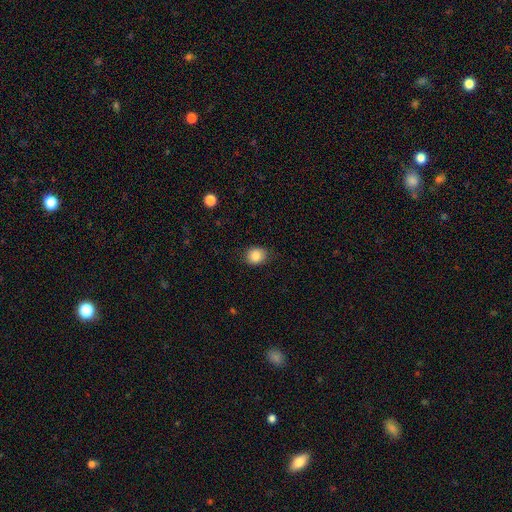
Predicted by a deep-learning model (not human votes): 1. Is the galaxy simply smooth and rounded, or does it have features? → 86% smooth, 9% star or artifact, 5% featured or disk.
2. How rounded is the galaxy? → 64% round, 35% in between, 1% cigar-shaped.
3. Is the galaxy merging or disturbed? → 82% none, 14% minor disturbance, 3% major disturbance, 1% merger.